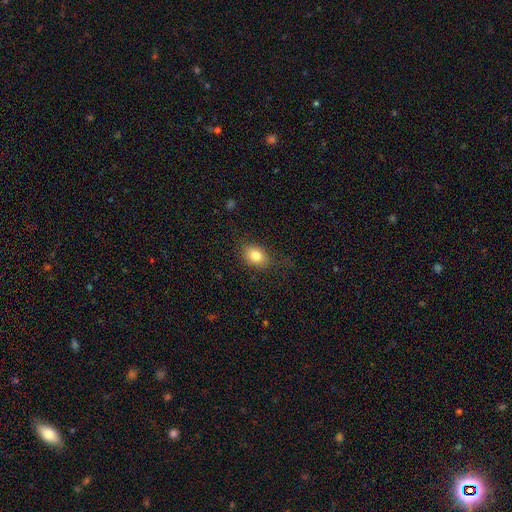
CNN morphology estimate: type=smooth (82%); roundness=in between (72%); merging=none (78%).